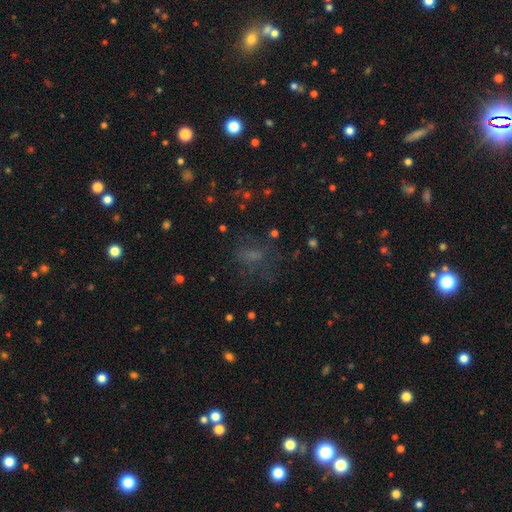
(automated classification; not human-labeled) This is possibly a smooth galaxy (48%). Merging: possibly none (58%).